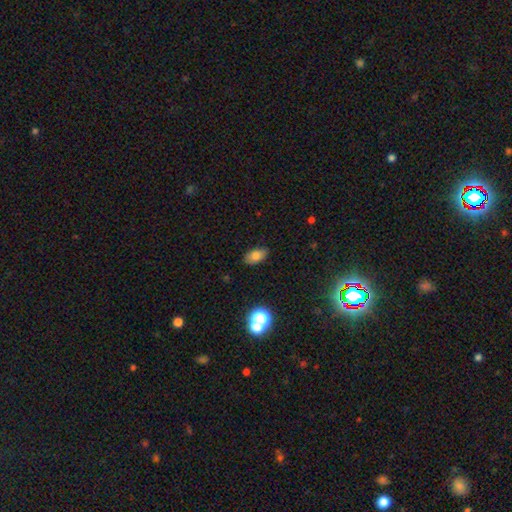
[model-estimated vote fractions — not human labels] A smooth galaxy with no disk features (77%) that is in between round and cigar-shaped (91%). Merging: none (85%).